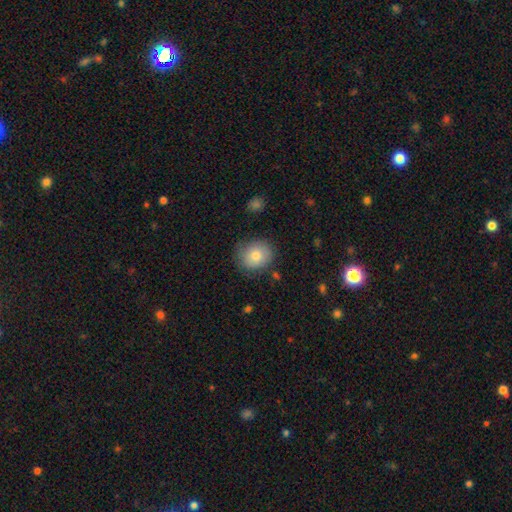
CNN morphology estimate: smooth 79%, featured or disk 13%, star or artifact 9%. Down the decision tree: how rounded — round (71%); merging — none (78%).